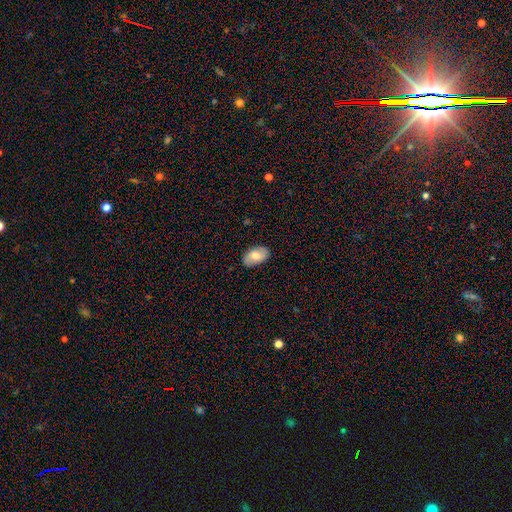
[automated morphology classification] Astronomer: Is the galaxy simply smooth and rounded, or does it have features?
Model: smooth — 68%.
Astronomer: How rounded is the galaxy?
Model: in between — 93%.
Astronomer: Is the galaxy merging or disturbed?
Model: none — 84%.